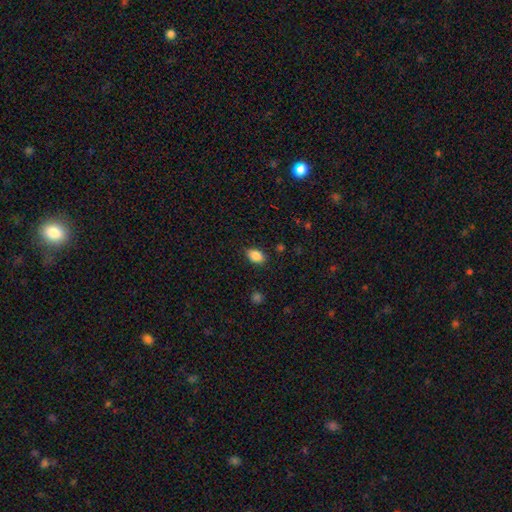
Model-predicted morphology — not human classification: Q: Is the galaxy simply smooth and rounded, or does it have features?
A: smooth — 87%.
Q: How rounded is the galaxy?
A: in between — 82%.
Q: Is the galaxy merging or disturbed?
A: none — 84%.